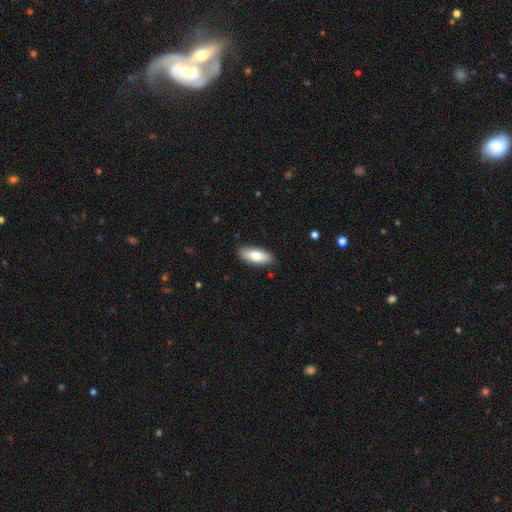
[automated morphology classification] A smooth galaxy with no disk features (80%) that is in between round and cigar-shaped (79%).

Vote fractions:
- Smooth or featured? smooth: 80% / featured or disk: 15% / star or artifact: 6%
- How rounded? in between: 79% / cigar-shaped: 20% / round: 2%
- Merging? none: 87% / minor disturbance: 10% / major disturbance: 2% / merger: 1%